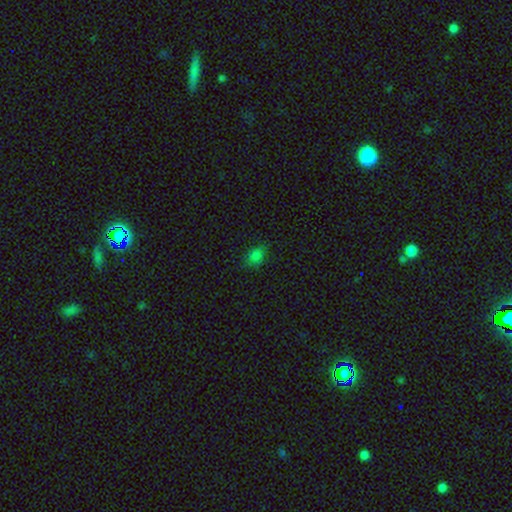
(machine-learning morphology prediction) Smooth or featured?
  - smooth: 78% *
  - star or artifact: 17%
  - featured or disk: 5%
How rounded?
  - in between: 59% *
  - round: 39%
  - cigar-shaped: 2%
Merging?
  - none: 73% *
  - minor disturbance: 21%
  - major disturbance: 5%
  - merger: 1%